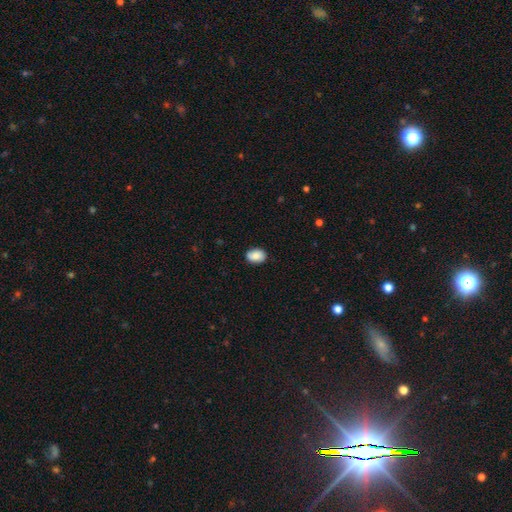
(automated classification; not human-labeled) Morphology: type=smooth (84%); roundness=in between (76%); merging=none (84%).